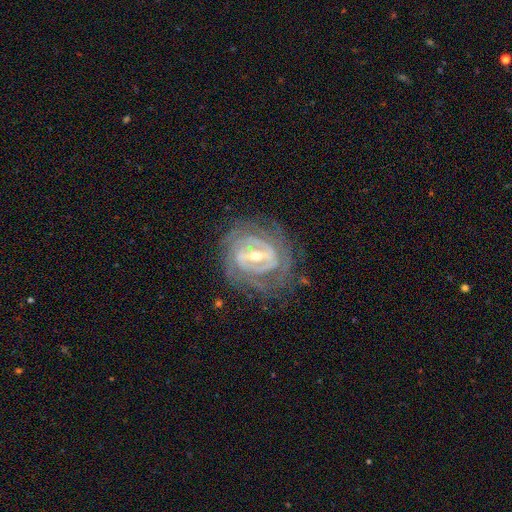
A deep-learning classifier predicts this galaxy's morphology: This appears to be a featured or disk galaxy (90%) with a strong bar (61%), tight (76%) spiral arms (93%) and a moderate central bulge (53%). Merging: none (76%).